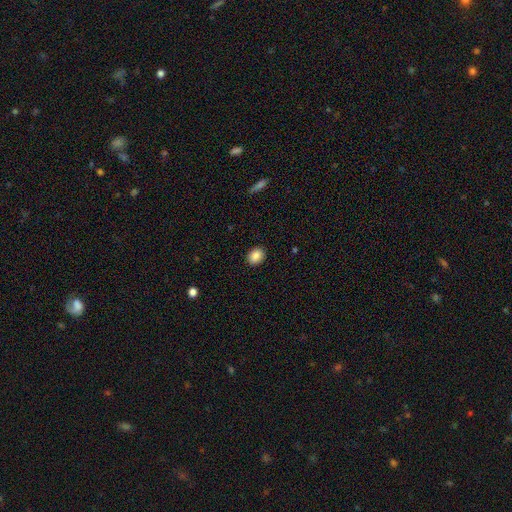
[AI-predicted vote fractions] smooth 87%, star or artifact 8%, featured or disk 5%. Down the decision tree: how rounded — round (53%); merging — none (90%).